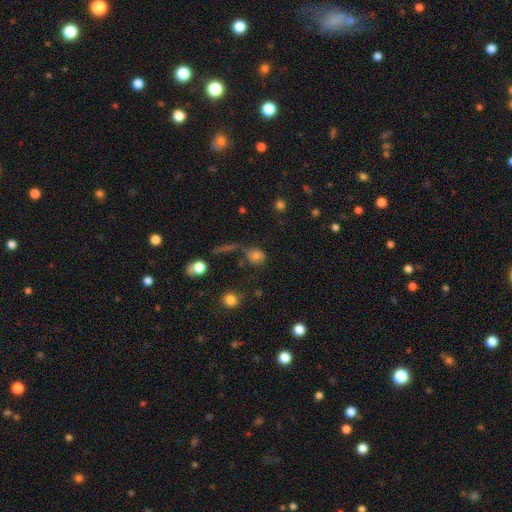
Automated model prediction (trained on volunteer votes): Smooth or featured?
  - smooth: 74% *
  - star or artifact: 14%
  - featured or disk: 11%
How rounded?
  - round: 70% *
  - in between: 28%
  - cigar-shaped: 2%
Merging?
  - none: 59% *
  - minor disturbance: 19%
  - merger: 13%
  - major disturbance: 10%